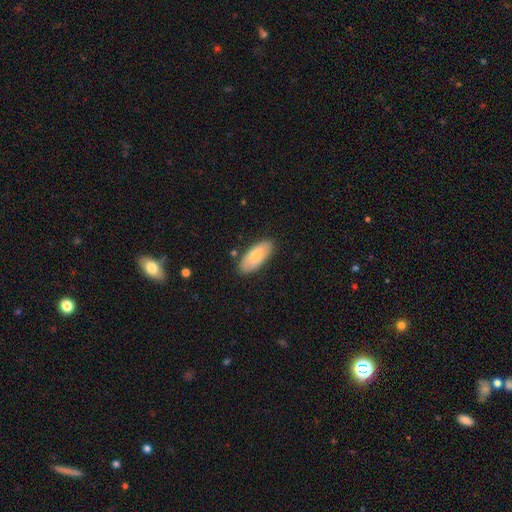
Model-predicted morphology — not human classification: This is likely a smooth galaxy (76%). How rounded: clearly in between (86%). Merging: clearly none (84%).